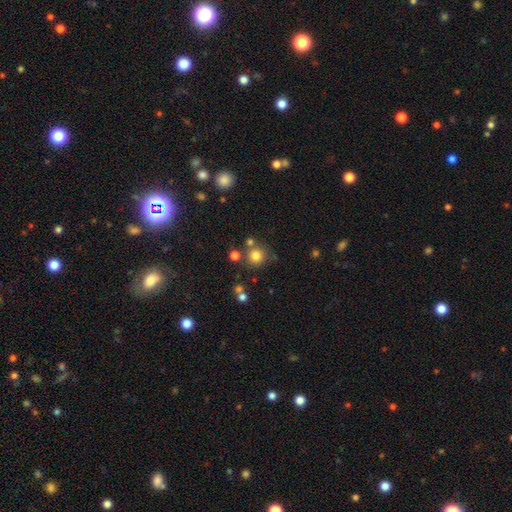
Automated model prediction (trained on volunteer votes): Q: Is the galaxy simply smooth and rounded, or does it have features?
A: smooth — 78%.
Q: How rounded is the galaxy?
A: round — 93%.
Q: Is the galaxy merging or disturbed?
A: none — 74%.